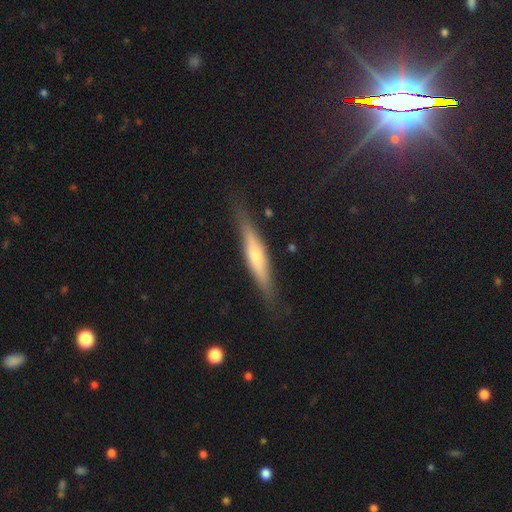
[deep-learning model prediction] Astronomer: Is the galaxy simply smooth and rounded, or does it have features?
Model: featured or disk — 53% (runner-up: smooth, 40%).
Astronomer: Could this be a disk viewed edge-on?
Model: yes — 91%.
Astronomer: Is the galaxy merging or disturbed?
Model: none — 84%.